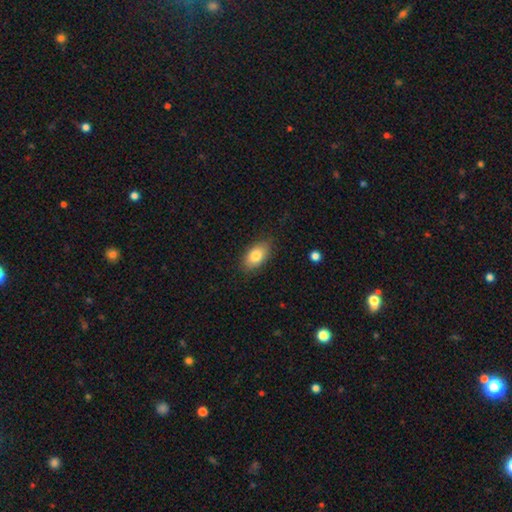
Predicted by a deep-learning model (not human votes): Smooth or featured?
  - smooth: 80% *
  - featured or disk: 12%
  - star or artifact: 7%
How rounded?
  - in between: 91% *
  - round: 6%
  - cigar-shaped: 3%
Merging?
  - none: 84% *
  - minor disturbance: 12%
  - major disturbance: 3%
  - merger: 1%